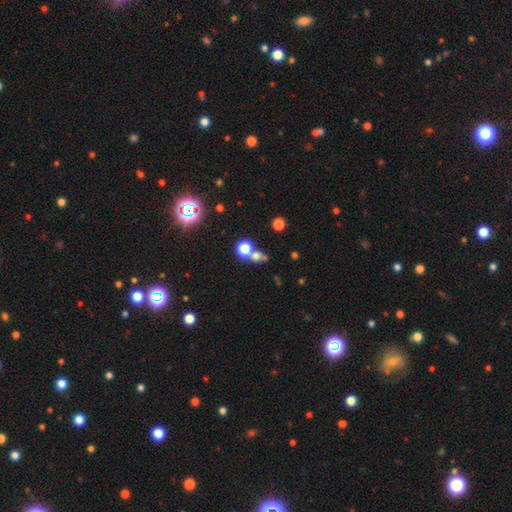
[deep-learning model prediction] Smooth or featured? Predicted: smooth (p=0.61). How rounded? Predicted: round (p=0.65). Merging? Predicted: none (p=0.46).